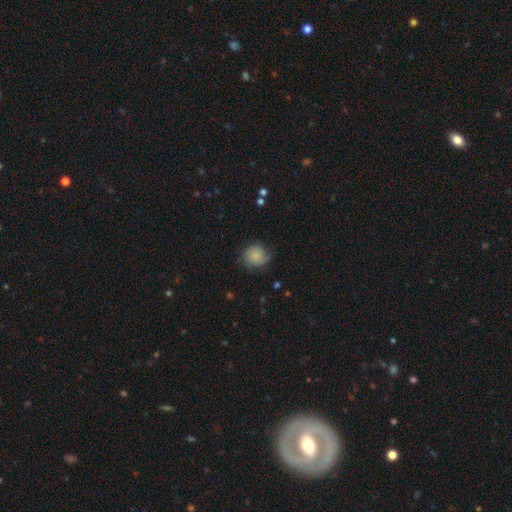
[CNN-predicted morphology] smooth_or_featured: smooth (p=0.67) [alt: featured or disk p=0.25]
how_rounded: round (p=0.79) [alt: in between p=0.20]
merging: none (p=0.66) [alt: minor disturbance p=0.24]